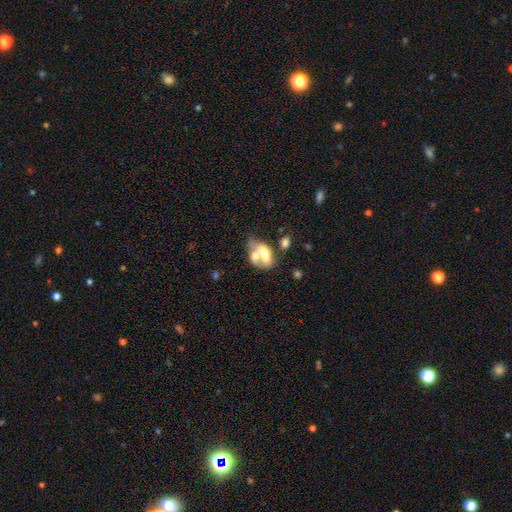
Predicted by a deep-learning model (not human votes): Smooth or featured: smooth — 56% (featured or disk — 36%)
How rounded: in between — 84% (round — 13%)
Merging: merger — 67% (none — 16%)